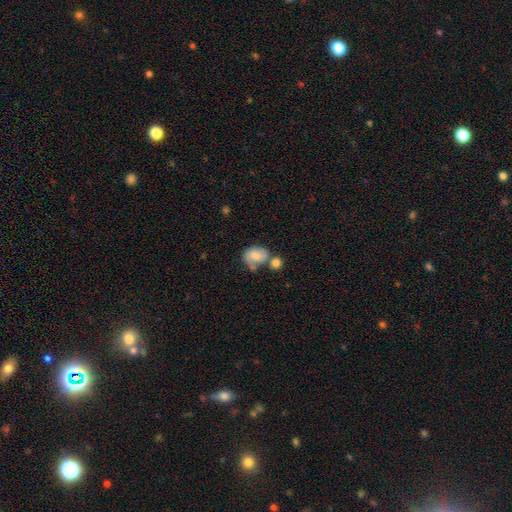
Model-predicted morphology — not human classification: Smooth or featured? Predicted: smooth (p=0.66). How rounded? Predicted: in between (p=0.64). Merging? Predicted: none (p=0.38).